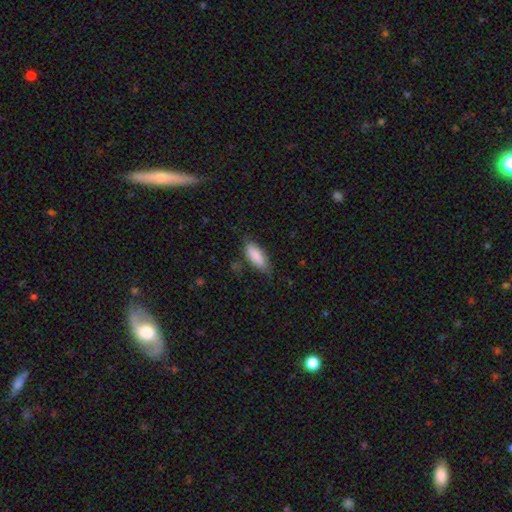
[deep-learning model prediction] Q: Smooth or featured?
A: smooth (84%); runner-up: featured or disk (10%)
Q: How rounded?
A: in between (72%); runner-up: cigar-shaped (27%)
Q: Merging?
A: none (65%); runner-up: minor disturbance (27%)